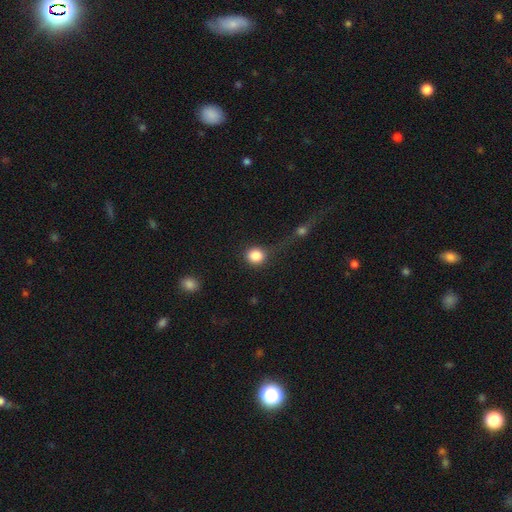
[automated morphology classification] type=smooth (86%); roundness=round (79%); merging=none (65%).